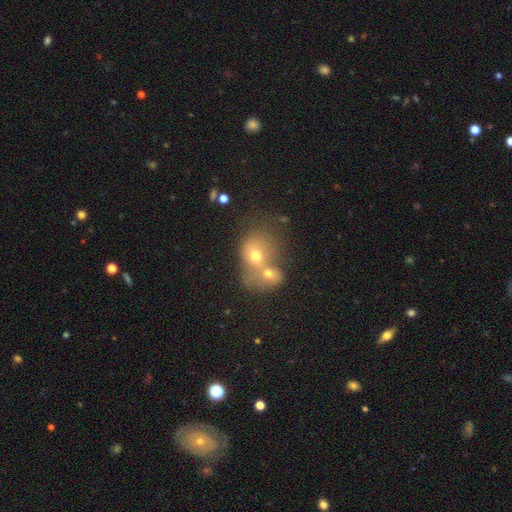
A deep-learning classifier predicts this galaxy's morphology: smooth_or_featured: smooth (p=0.62) [alt: featured or disk p=0.24]
how_rounded: round (p=0.58) [alt: in between p=0.41]
merging: merger (p=0.74) [alt: none p=0.15]